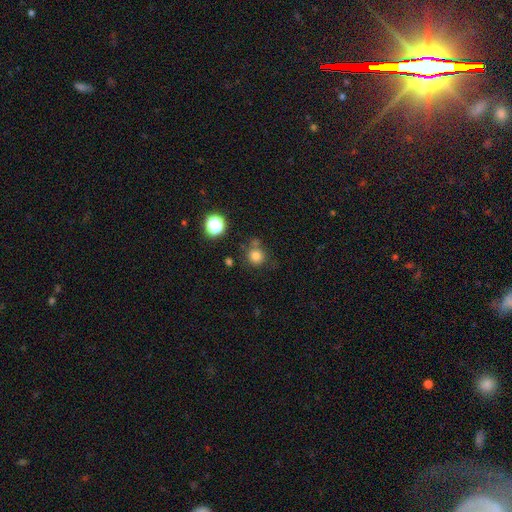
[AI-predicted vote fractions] This appears to be a smooth galaxy with no disk features (78%) that is round (91%). Merging: none (70%).